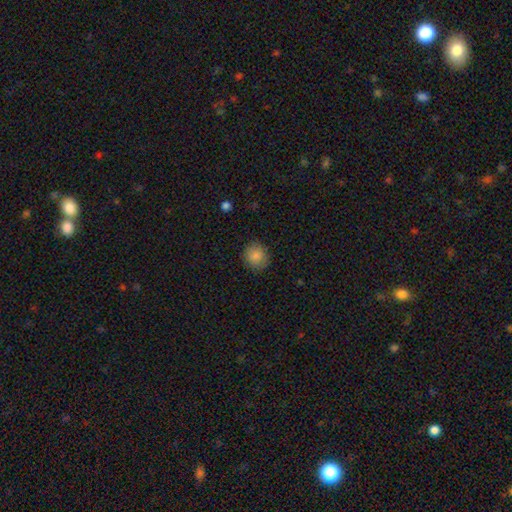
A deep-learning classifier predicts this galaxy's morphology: Smooth or featured?
  - smooth: 86% *
  - star or artifact: 9%
  - featured or disk: 6%
How rounded?
  - round: 82% *
  - in between: 17%
  - cigar-shaped: 1%
Merging?
  - none: 83% *
  - minor disturbance: 12%
  - major disturbance: 3%
  - merger: 1%